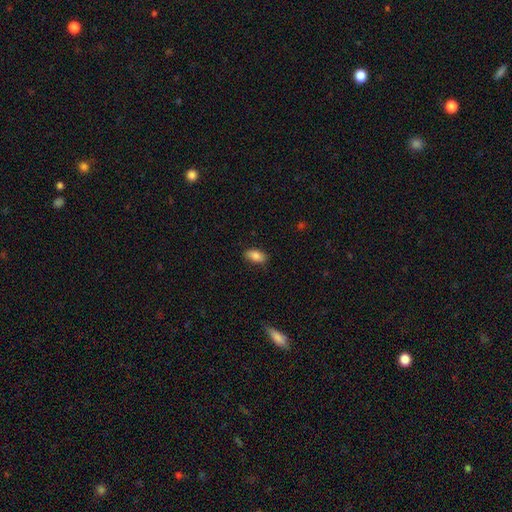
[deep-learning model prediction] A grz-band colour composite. It shows a smooth galaxy with no disk features (86%) that is in between round and cigar-shaped (91%). Merging: none (85%).